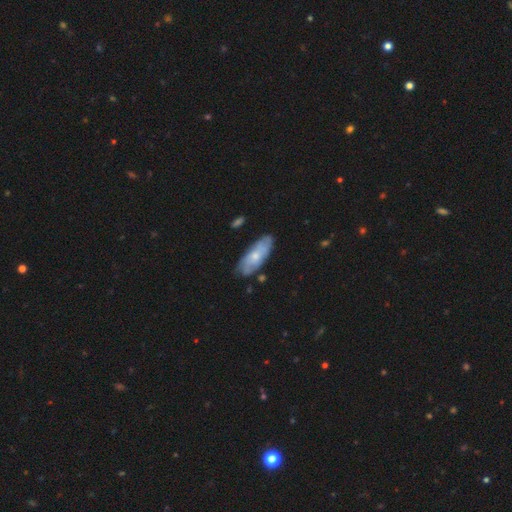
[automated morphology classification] A smooth galaxy with no disk features (51%) that is in between round and cigar-shaped (74%).

Vote fractions:
- Smooth or featured? smooth: 51% / featured or disk: 43% / star or artifact: 6%
- How rounded? in between: 74% / cigar-shaped: 24% / round: 2%
- Merging? none: 74% / minor disturbance: 19% / major disturbance: 4% / merger: 3%